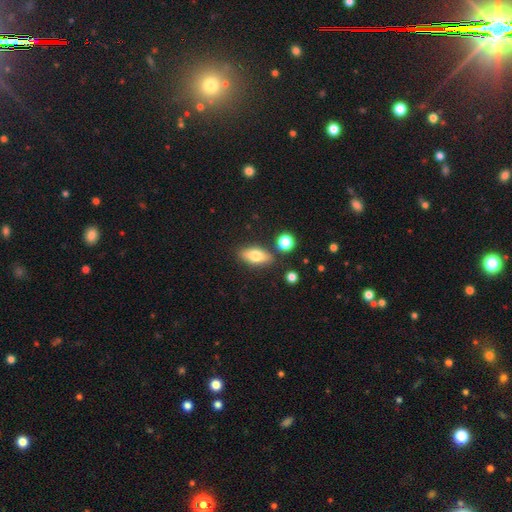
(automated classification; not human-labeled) Smooth or featured: smooth — 72% (featured or disk — 20%)
How rounded: in between — 80% (cigar-shaped — 16%)
Merging: none — 81% (minor disturbance — 11%)